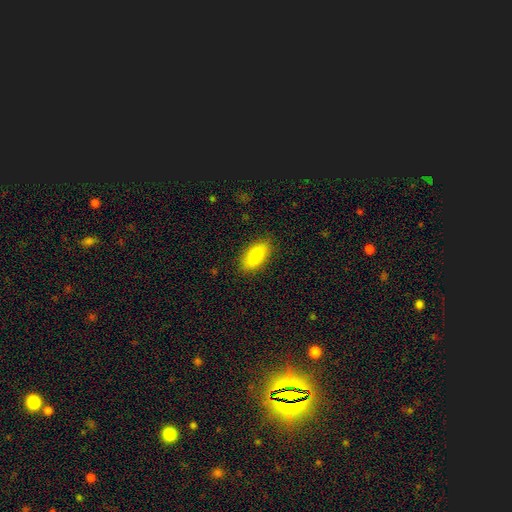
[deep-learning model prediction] Overall: smooth (81%). How rounded: in between (87%). Merging: none (86%).